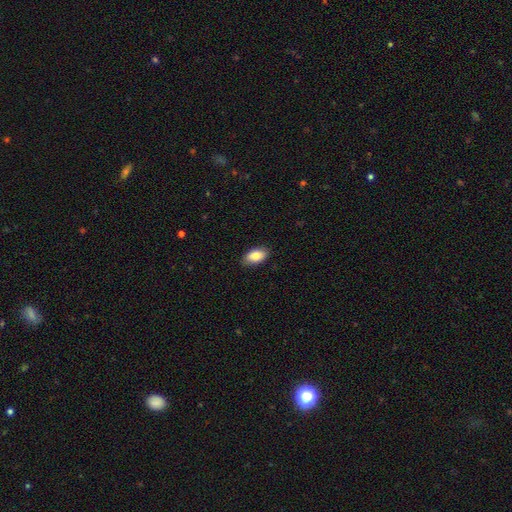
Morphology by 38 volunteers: type=smooth (82%); roundness=in between (97%); merging=none (86%).